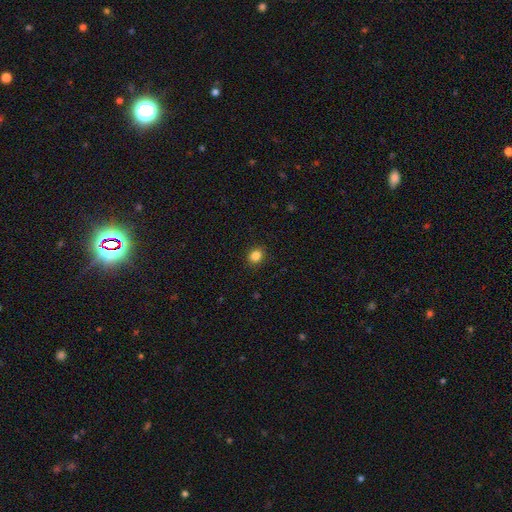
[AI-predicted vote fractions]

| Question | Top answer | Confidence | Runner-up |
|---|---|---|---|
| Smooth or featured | smooth | 85% | star or artifact (11%) |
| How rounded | round | 64% | in between (35%) |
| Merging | none | 90% | minor disturbance (7%) |